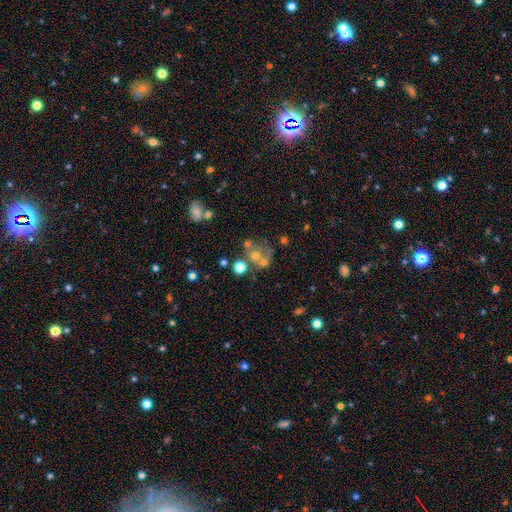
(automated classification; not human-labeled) Q: Smooth or featured?
A: smooth (45%); runner-up: featured or disk (30%)
Q: Merging?
A: none (40%); runner-up: merger (37%)